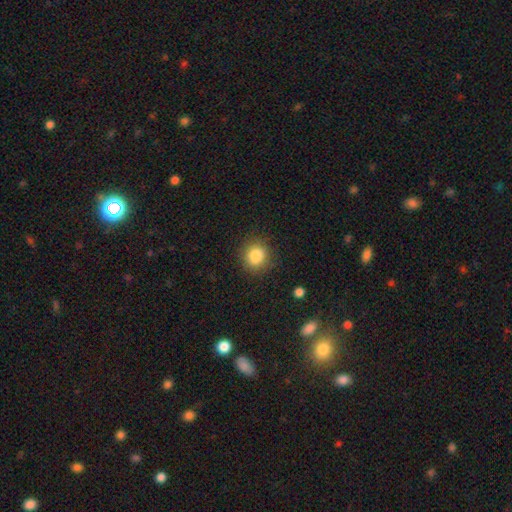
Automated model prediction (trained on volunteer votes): Smooth or featured? Predicted: smooth (p=0.85). How rounded? Predicted: round (p=0.82). Merging? Predicted: none (p=0.86).